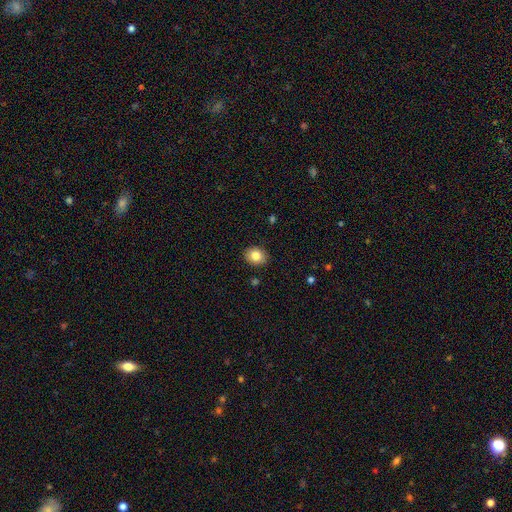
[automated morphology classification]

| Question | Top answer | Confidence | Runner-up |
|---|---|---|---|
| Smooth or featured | smooth | 82% | featured or disk (9%) |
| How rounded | round | 53% | in between (46%) |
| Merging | none | 89% | minor disturbance (8%) |